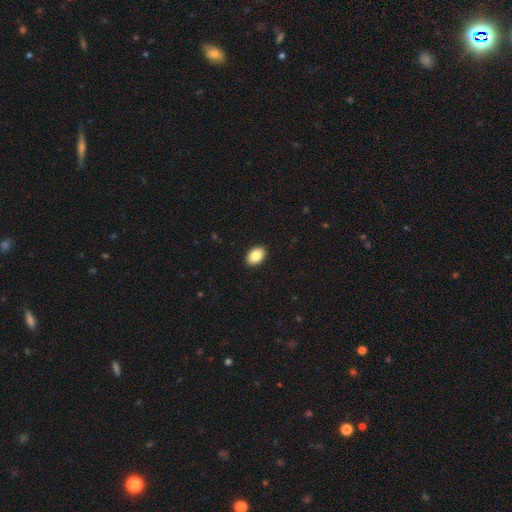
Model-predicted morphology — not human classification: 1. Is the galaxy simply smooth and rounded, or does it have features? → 86% smooth, 7% star or artifact, 6% featured or disk.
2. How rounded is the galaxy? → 87% in between, 12% round, 1% cigar-shaped.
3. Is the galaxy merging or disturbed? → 92% none, 6% minor disturbance, 1% major disturbance, 1% merger.